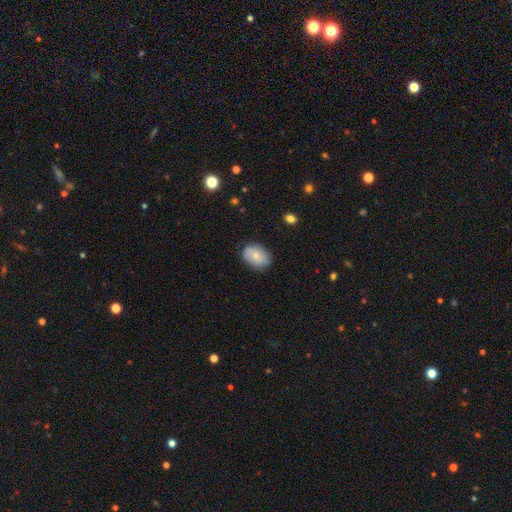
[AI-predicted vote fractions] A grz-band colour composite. It shows a smooth galaxy with no disk features (68%) that is in between round and cigar-shaped (73%). Merging: none (79%).